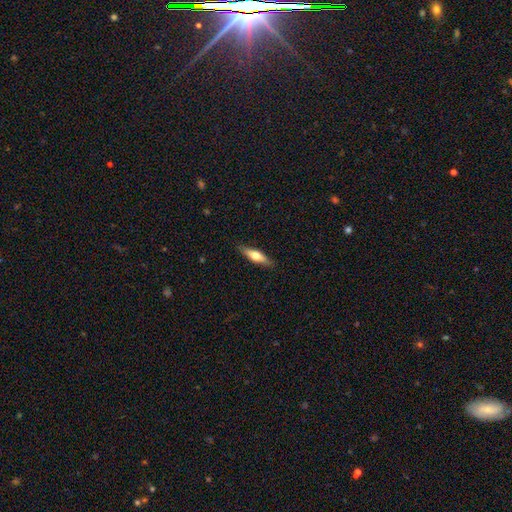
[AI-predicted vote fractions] Smooth or featured: featured or disk — 48% (smooth — 46%)
Merging: none — 88% (minor disturbance — 9%)